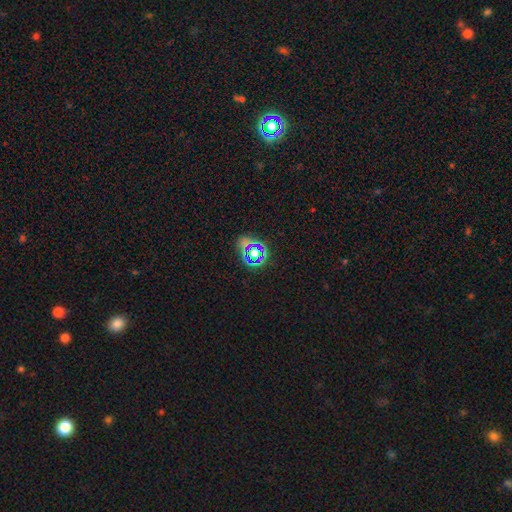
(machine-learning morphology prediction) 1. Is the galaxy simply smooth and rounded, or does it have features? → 60% star or artifact, 28% smooth, 11% featured or disk.